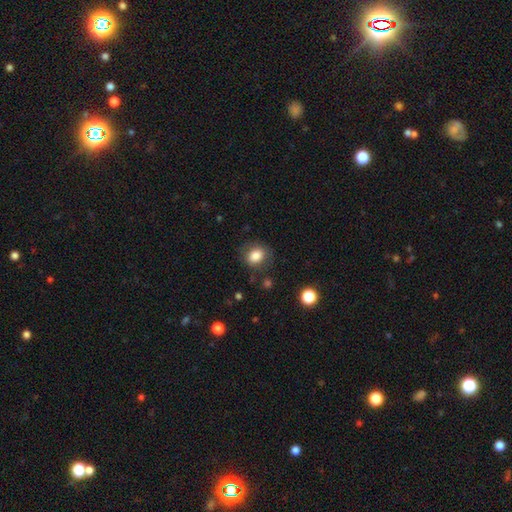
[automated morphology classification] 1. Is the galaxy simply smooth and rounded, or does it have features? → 83% smooth, 9% star or artifact, 9% featured or disk.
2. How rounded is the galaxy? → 58% round, 42% in between, 1% cigar-shaped.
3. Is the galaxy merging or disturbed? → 77% none, 15% minor disturbance, 6% major disturbance, 2% merger.